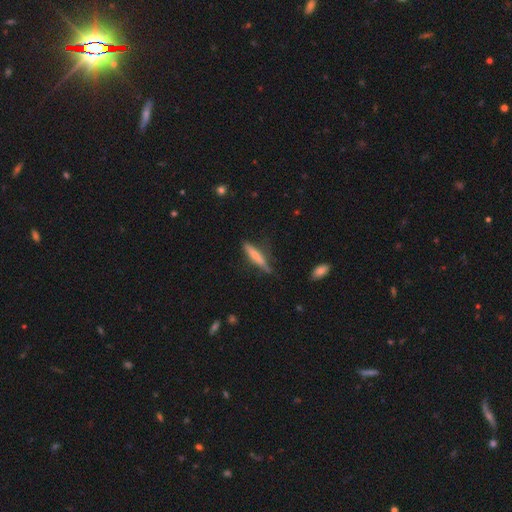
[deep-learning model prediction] Smooth or featured? Predicted: smooth (p=0.57). How rounded? Predicted: cigar-shaped (p=0.89). Merging? Predicted: none (p=0.70).